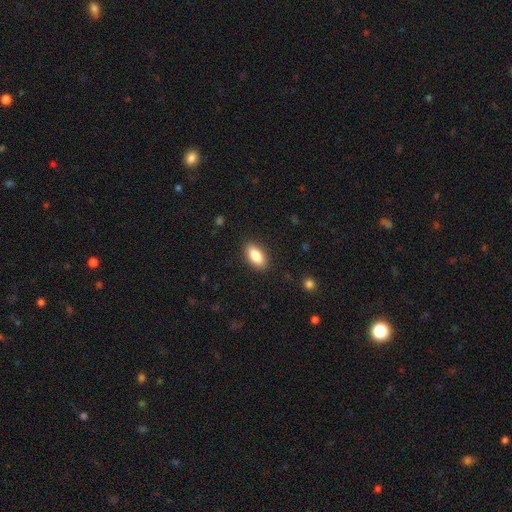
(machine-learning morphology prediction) Smooth or featured? Predicted: smooth (p=0.85). How rounded? Predicted: in between (p=0.89). Merging? Predicted: none (p=0.88).